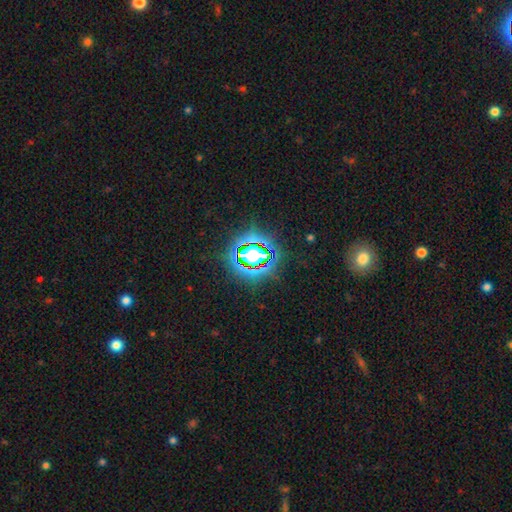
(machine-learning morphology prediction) Smooth or featured? star or artifact (79%)